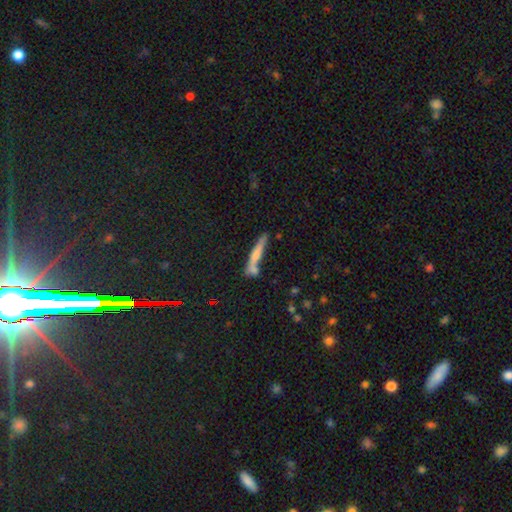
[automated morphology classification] A smooth galaxy with no disk features (54%) that is cigar-shaped (91%).

Vote fractions:
- Smooth or featured? smooth: 54% / featured or disk: 36% / star or artifact: 10%
- How rounded? cigar-shaped: 91% / in between: 6% / round: 2%
- Merging? none: 63% / merger: 17% / minor disturbance: 16% / major disturbance: 5%